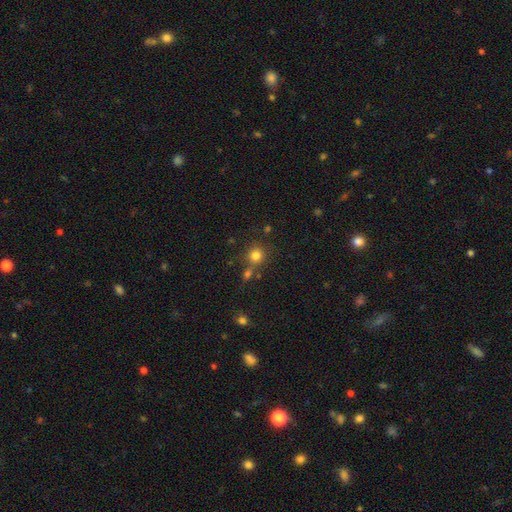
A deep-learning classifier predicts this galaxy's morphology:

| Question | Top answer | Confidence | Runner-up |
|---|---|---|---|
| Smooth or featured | smooth | 80% | star or artifact (13%) |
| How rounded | round | 89% | in between (10%) |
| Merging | none | 67% | merger (19%) |